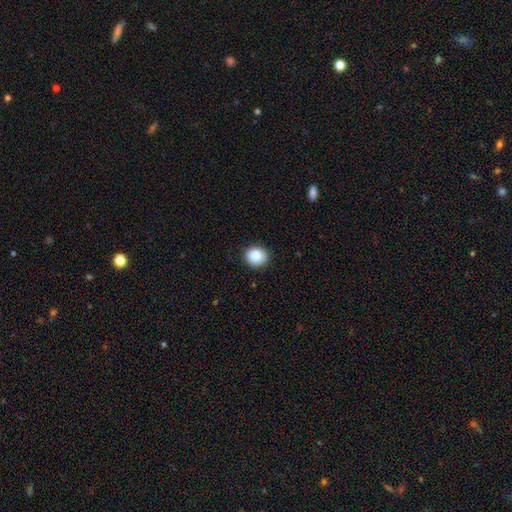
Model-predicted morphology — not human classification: Smooth or featured? Predicted: smooth (p=0.87). How rounded? Predicted: round (p=0.79). Merging? Predicted: none (p=0.90).